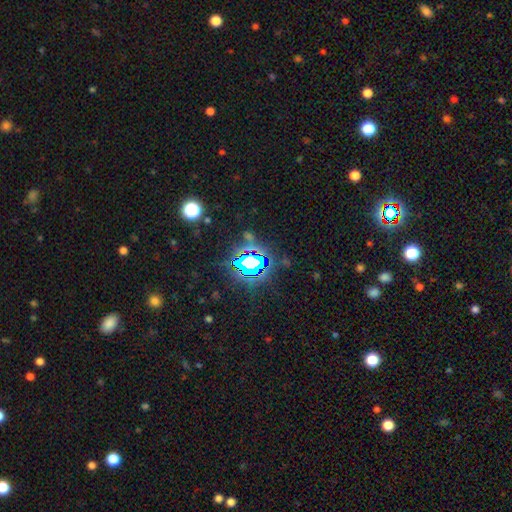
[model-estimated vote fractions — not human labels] star or artifact 76%, smooth 15%, featured or disk 10%.